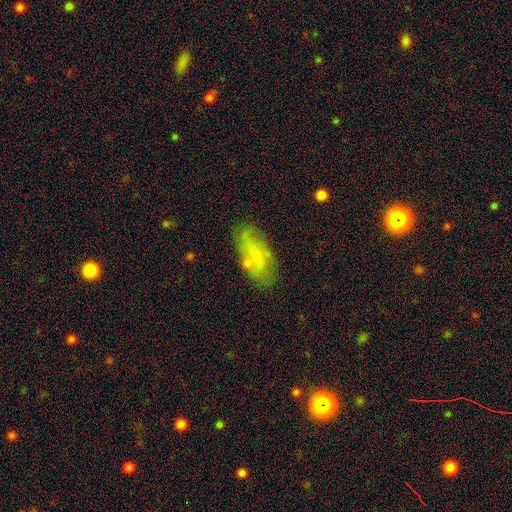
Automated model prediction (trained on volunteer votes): This appears to be a smooth galaxy with no disk features (64%) that is in between round and cigar-shaped (79%). Merging: none (66%).